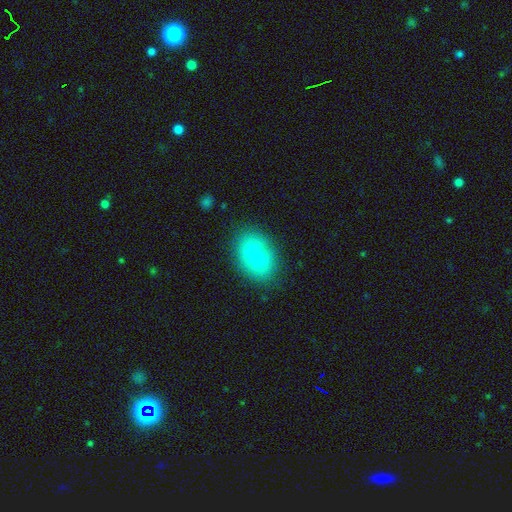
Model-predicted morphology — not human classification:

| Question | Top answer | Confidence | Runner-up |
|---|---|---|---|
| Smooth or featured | smooth | 76% | featured or disk (14%) |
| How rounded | in between | 78% | round (21%) |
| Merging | none | 84% | minor disturbance (11%) |